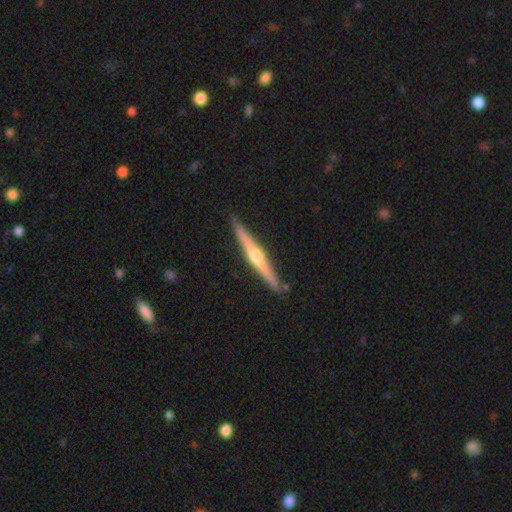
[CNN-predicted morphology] Smooth or featured?
  - featured or disk: 75% *
  - smooth: 20%
  - star or artifact: 5%
Edge-on disk?
  - yes: 98% *
  - no: 2%
Edge-on bulge?
  - rounded: 89% *
  - none: 7%
  - boxy: 4%
Merging?
  - none: 90% *
  - minor disturbance: 7%
  - merger: 2%
  - major disturbance: 1%